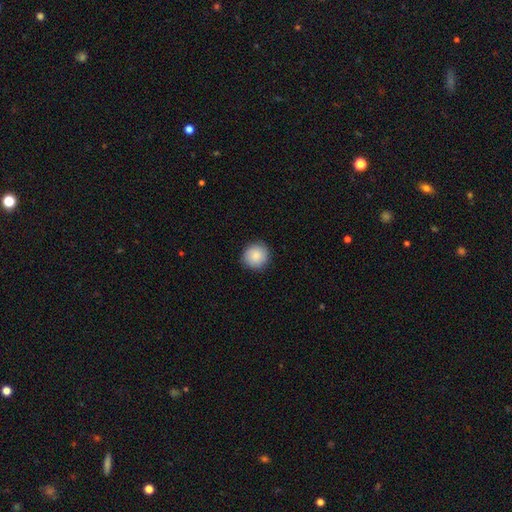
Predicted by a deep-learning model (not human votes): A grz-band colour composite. It shows a smooth galaxy with no disk features (87%) that is round (92%). Merging: none (88%).